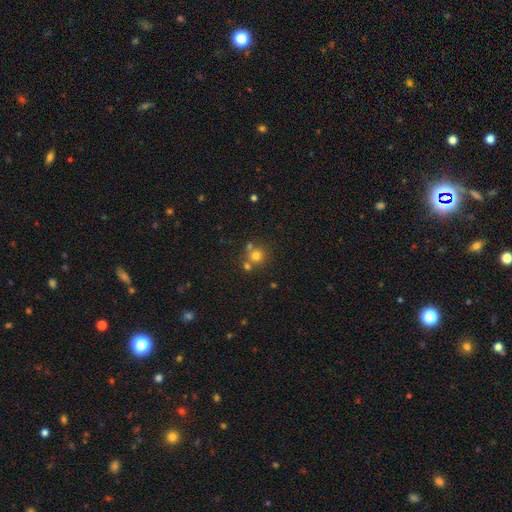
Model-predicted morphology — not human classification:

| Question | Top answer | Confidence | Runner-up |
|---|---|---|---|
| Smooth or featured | smooth | 72% | star or artifact (17%) |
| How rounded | round | 90% | in between (10%) |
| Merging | none | 57% | merger (31%) |